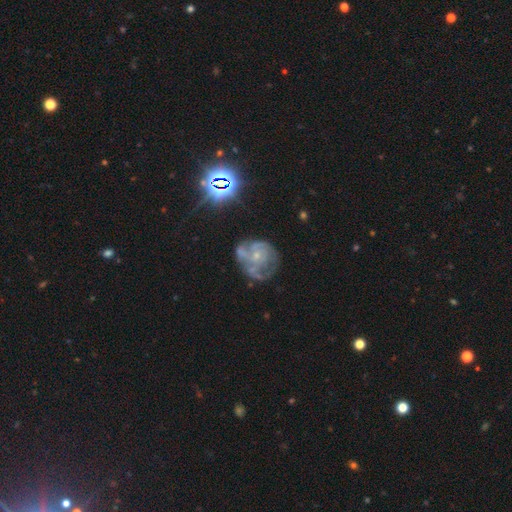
Smooth or featured: featured or disk — 74% (smooth — 15%)
Edge-on disk: no — 97% (yes — 3%)
Bar: no — 96% (weak — 4%)
Spiral arms: yes — 79% (no — 21%)
Spiral winding: medium — 73% (tight — 23%)
Spiral arm count: 3 — 50% (can't tell — 27%)
Bulge size: small — 79% (moderate — 18%)
Merging: none — 37% (major disturbance — 34%)